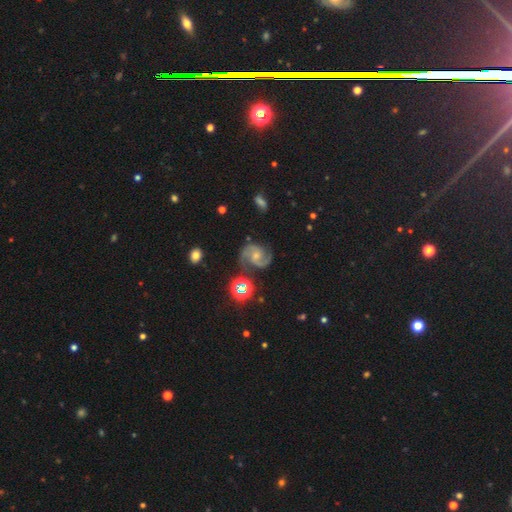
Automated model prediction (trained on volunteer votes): Smooth or featured? featured or disk (88%)
Edge-on disk? no (98%)
Bar? no (56%)
Spiral arms? yes (98%)
Spiral winding? medium (62%)
Spiral arm count? 2 (92%)
Bulge size? small (59%)
Merging? none (74%)